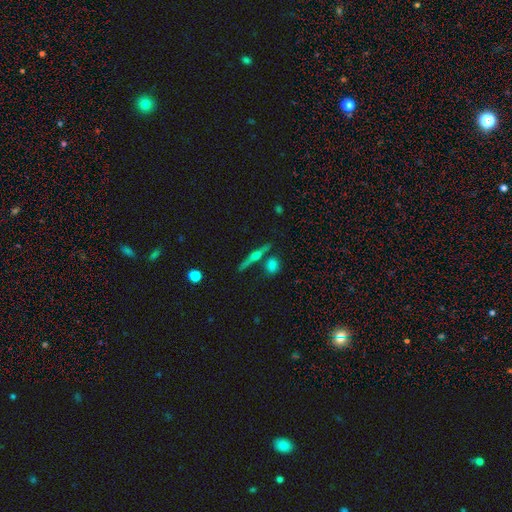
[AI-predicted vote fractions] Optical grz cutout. It shows a featured or disk galaxy (76%) viewed edge-on (97%) with a rounded central bulge (92%). Merging: none (80%).